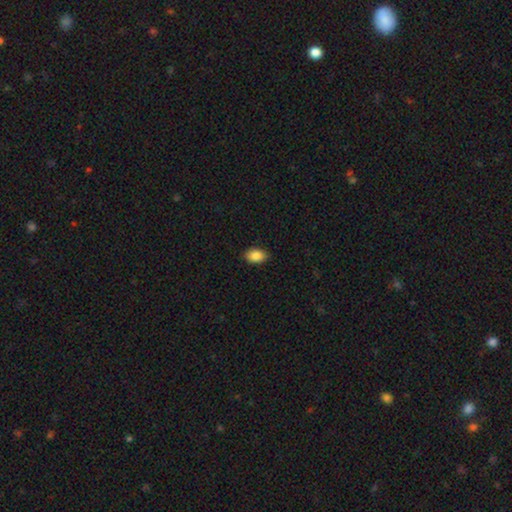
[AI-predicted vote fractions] smooth 88%, star or artifact 8%, featured or disk 4%. Down the decision tree: how rounded — in between (88%); merging — none (88%).